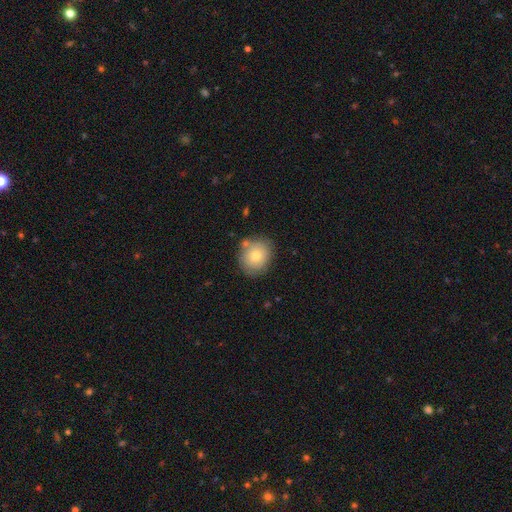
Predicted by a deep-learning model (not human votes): smooth 72%, featured or disk 19%, star or artifact 9%. Down the decision tree: how rounded — round (78%); merging — none (77%).